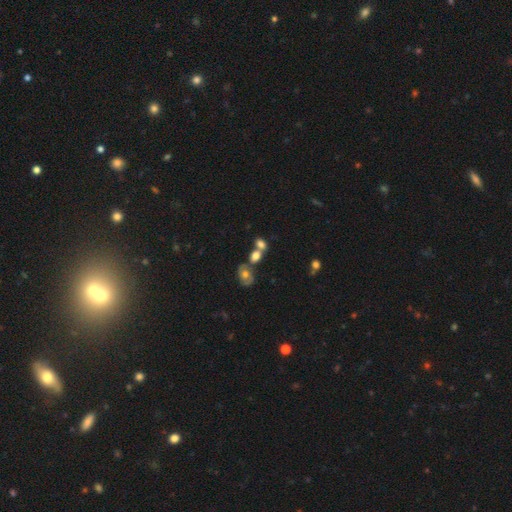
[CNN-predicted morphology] smooth-or-featured: smooth: 66% | featured or disk: 21% | star or artifact: 13%
  how-rounded: in between: 68% | round: 29% | cigar-shaped: 3%
  merging: merger: 46% | none: 36% | minor disturbance: 12% | major disturbance: 6%